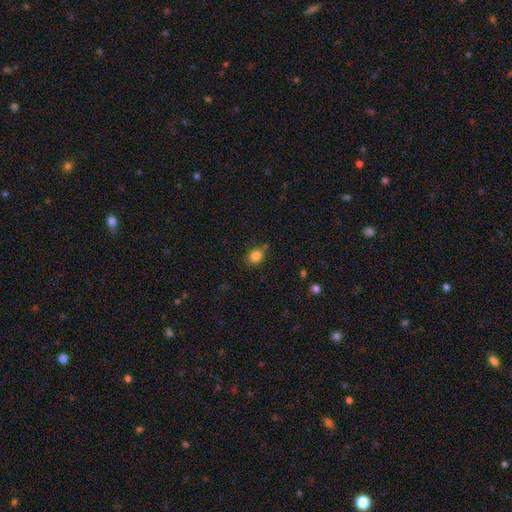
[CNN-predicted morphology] This is clearly a smooth galaxy (83%). How rounded: likely round (72%). Merging: likely none (75%).